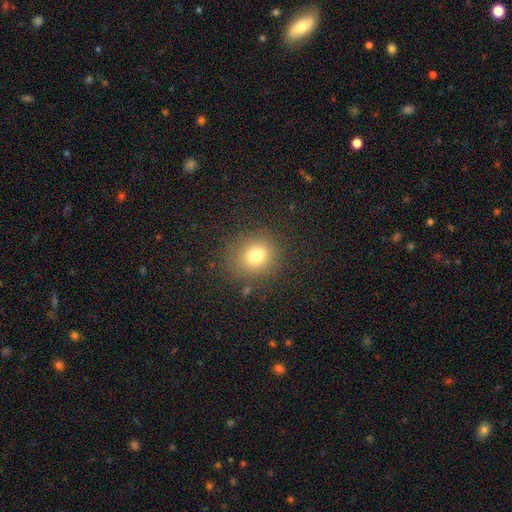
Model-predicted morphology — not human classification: The model was most divided on "smooth or featured": smooth: 76%, star or artifact: 14%, featured or disk: 10%. More confident: merging — none (84%); how rounded — round (81%).